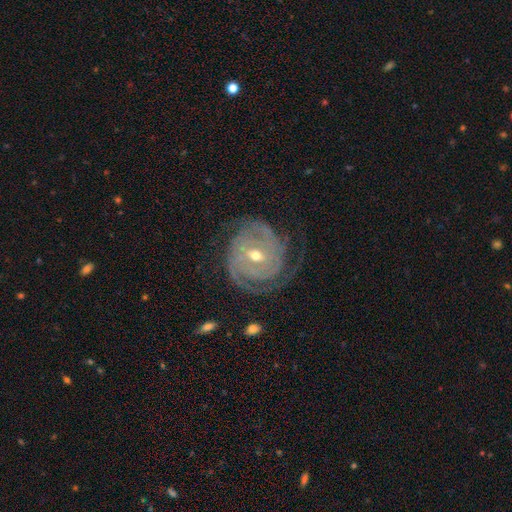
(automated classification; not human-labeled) Overall: featured or disk (89%). Edge-on disk: no (97%). Bar: weak (46%; no 33%). Spiral arms: yes (97%). Spiral arm count: 2 (37%; 3 22%). Spiral winding: tight (74%). Bulge size: moderate (55%; small 42%). Merging: none (70%).